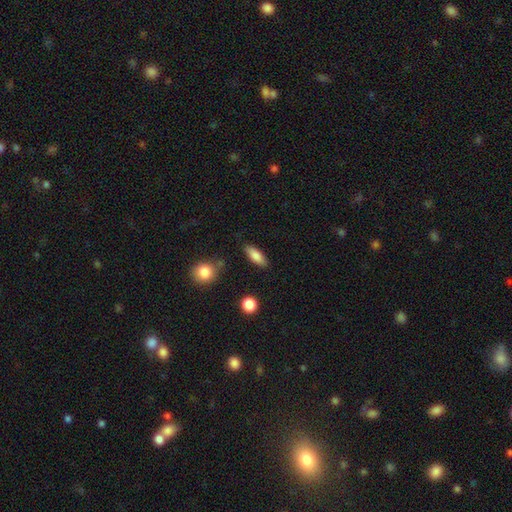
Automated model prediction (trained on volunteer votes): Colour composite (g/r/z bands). It shows a smooth galaxy with no disk features (82%) that is in between round and cigar-shaped (67%). Merging: none (82%).